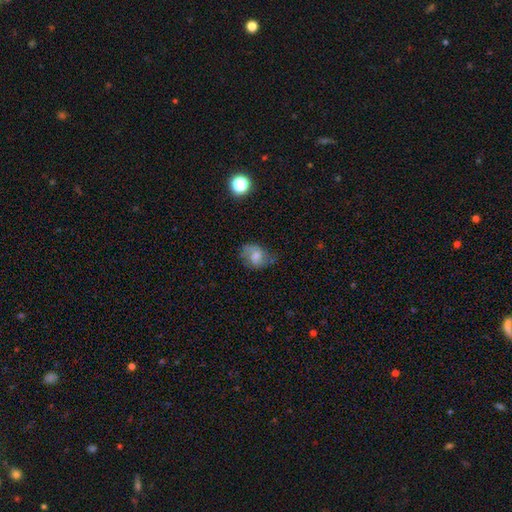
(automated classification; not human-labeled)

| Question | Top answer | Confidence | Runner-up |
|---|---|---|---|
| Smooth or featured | smooth | 45% | featured or disk (44%) |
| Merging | none | 56% | minor disturbance (27%) |